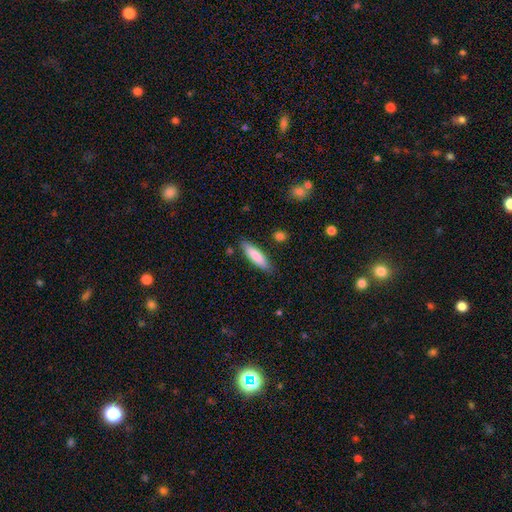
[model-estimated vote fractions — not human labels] A smooth galaxy with no disk features (83%) that is cigar-shaped (69%).

Vote fractions:
- Smooth or featured? smooth: 83% / featured or disk: 11% / star or artifact: 6%
- How rounded? cigar-shaped: 69% / in between: 30% / round: 1%
- Merging? none: 86% / minor disturbance: 10% / major disturbance: 2% / merger: 2%